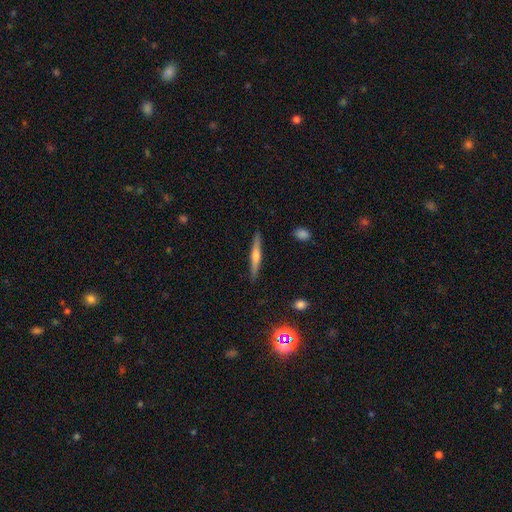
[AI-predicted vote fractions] Smooth or featured: featured or disk — 55% (smooth — 39%)
Edge-on disk: yes — 97% (no — 3%)
Edge-on bulge: rounded — 77% (none — 14%)
Merging: none — 89% (minor disturbance — 8%)